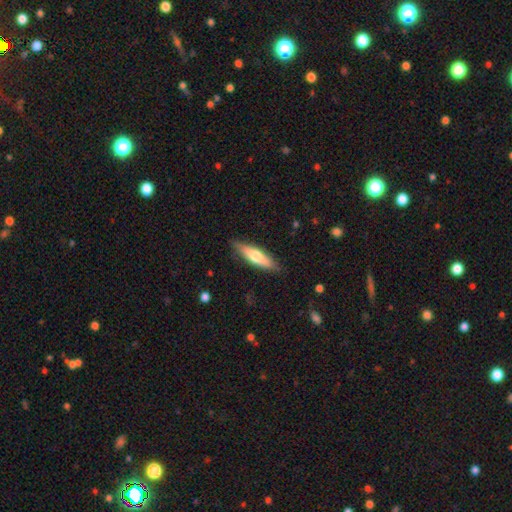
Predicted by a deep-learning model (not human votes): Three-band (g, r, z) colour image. It shows a smooth galaxy with no disk features (56%) that is cigar-shaped (64%). Merging: none (85%).